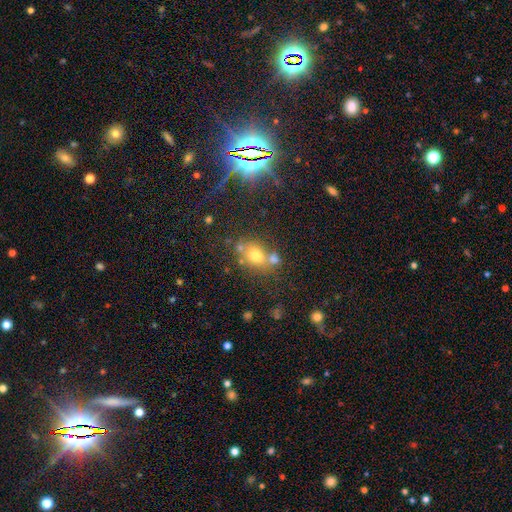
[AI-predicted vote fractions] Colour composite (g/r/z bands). It shows a smooth galaxy with no disk features (63%) that is round (50%). Merging: none (54%).